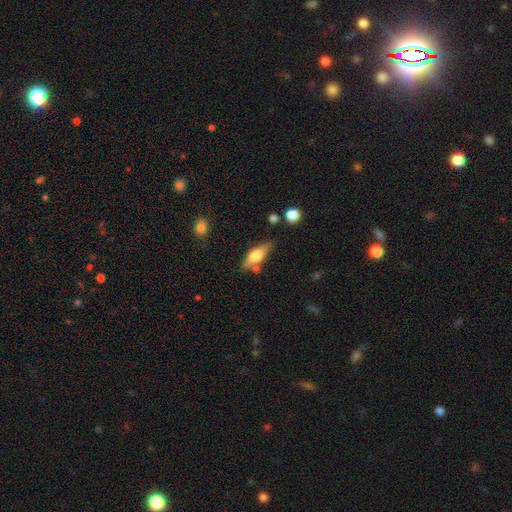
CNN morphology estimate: The model was most divided on "smooth or featured": featured or disk: 49%, smooth: 44%, star or artifact: 7%. More confident: merging — none (74%).